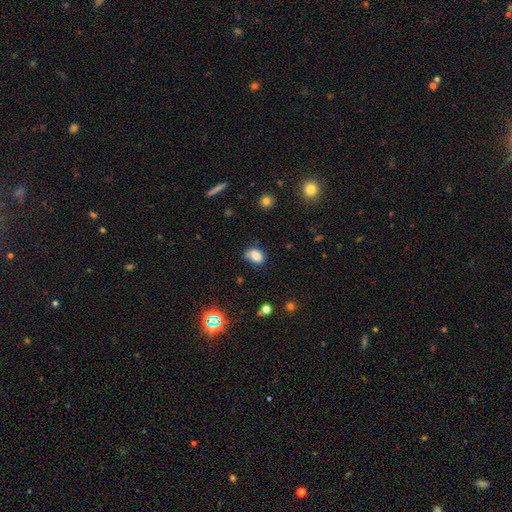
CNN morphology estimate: A smooth galaxy with no disk features (79%) that is in between round and cigar-shaped (71%).

Vote fractions:
- Smooth or featured? smooth: 79% / star or artifact: 12% / featured or disk: 9%
- How rounded? in between: 71% / round: 28% / cigar-shaped: 1%
- Merging? none: 56% / minor disturbance: 29% / major disturbance: 9% / merger: 6%